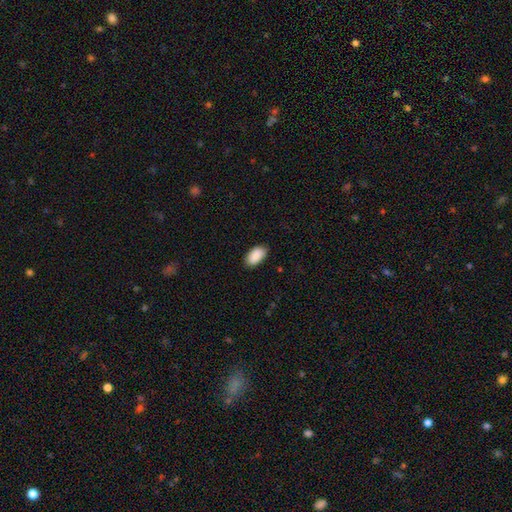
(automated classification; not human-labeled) Smooth or featured? Predicted: smooth (p=0.91). How rounded? Predicted: in between (p=0.95). Merging? Predicted: none (p=0.86).